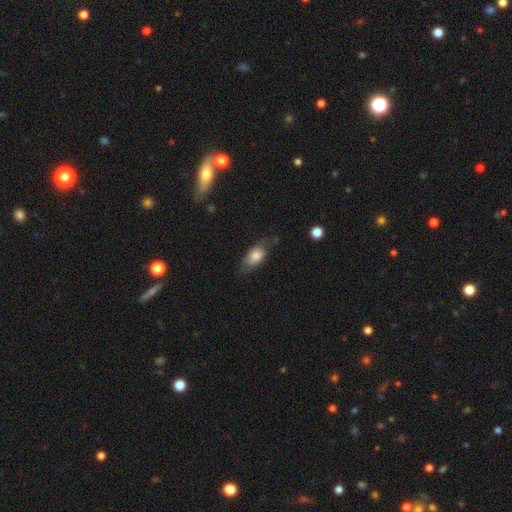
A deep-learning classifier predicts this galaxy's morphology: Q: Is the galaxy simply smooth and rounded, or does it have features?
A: smooth — 70%.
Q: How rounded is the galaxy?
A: in between — 82%.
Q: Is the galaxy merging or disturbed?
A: none — 59%.